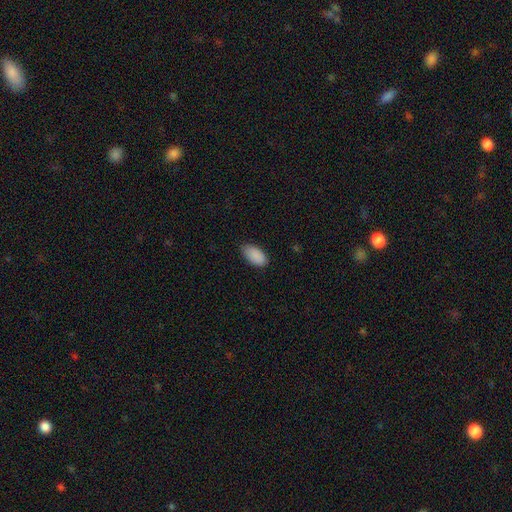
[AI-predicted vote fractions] Q: Smooth or featured?
A: smooth (90%); runner-up: star or artifact (7%)
Q: How rounded?
A: in between (95%); runner-up: round (3%)
Q: Merging?
A: none (78%); runner-up: minor disturbance (18%)